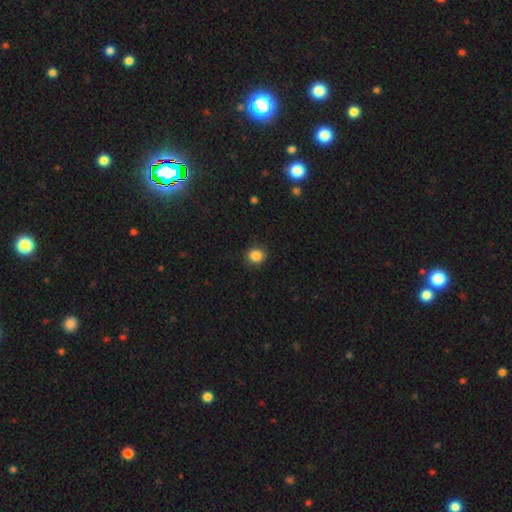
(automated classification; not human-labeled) Smooth or featured: smooth — 86% (star or artifact — 10%)
How rounded: round — 82% (in between — 17%)
Merging: none — 89% (minor disturbance — 8%)